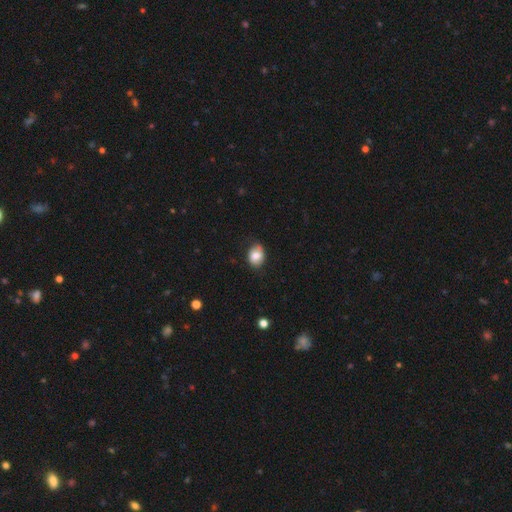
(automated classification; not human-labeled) Smooth or featured? Predicted: smooth (p=0.80). How rounded? Predicted: in between (p=0.68). Merging? Predicted: none (p=0.78).